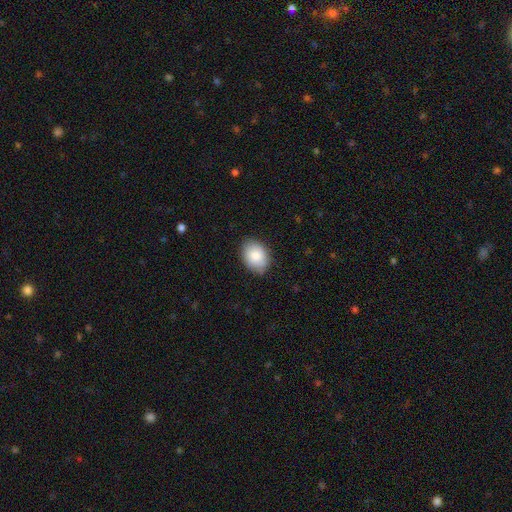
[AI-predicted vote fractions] Morphology: type=smooth (86%); roundness=in between (76%); merging=none (82%).